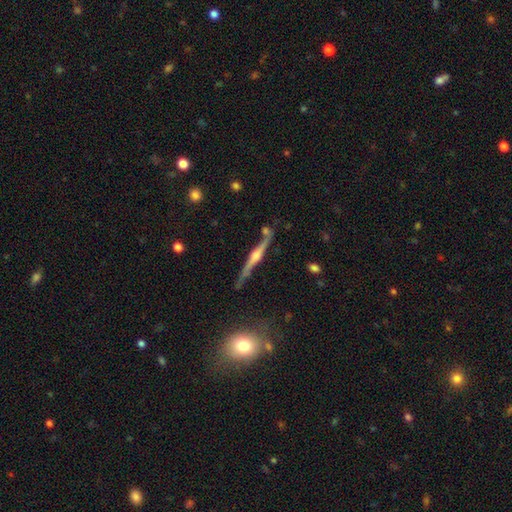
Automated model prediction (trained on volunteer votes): Smooth or featured? featured or disk (83%)
Edge-on disk? yes (95%)
Edge-on bulge? rounded (86%)
Merging? none (73%)